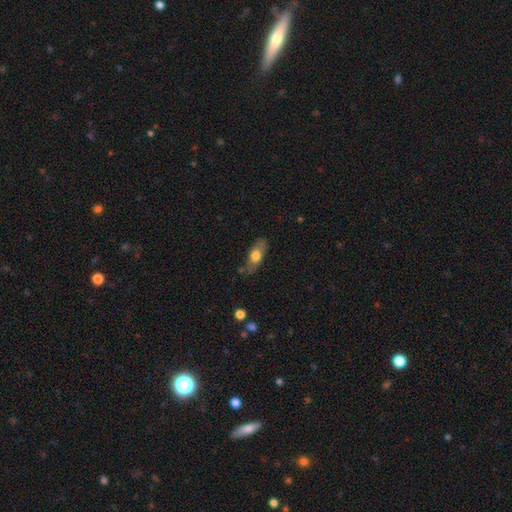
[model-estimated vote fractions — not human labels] Morphology: type=smooth (63%); roundness=in between (74%); merging=none (70%).